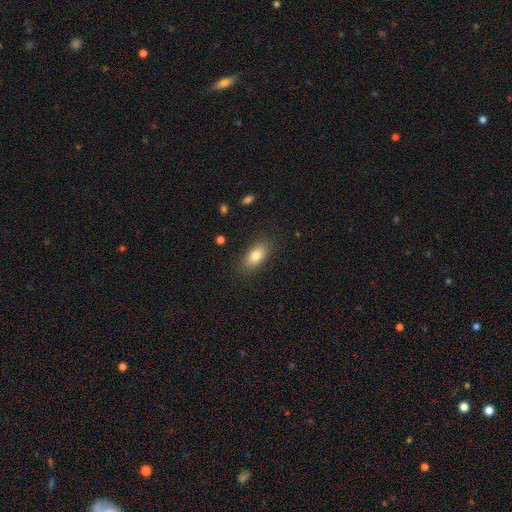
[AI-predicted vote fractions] smooth_or_featured: smooth (p=0.81) [alt: featured or disk p=0.11]
how_rounded: in between (p=0.88) [alt: round p=0.06]
merging: none (p=0.85) [alt: minor disturbance p=0.11]